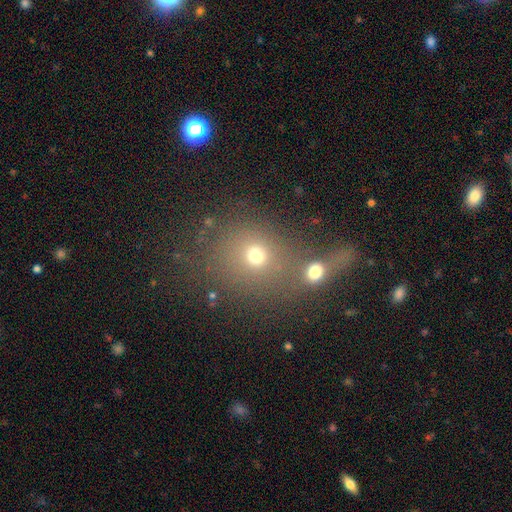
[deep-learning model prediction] Morphology: type=smooth (70%); roundness=round (71%); merging=none (57%).